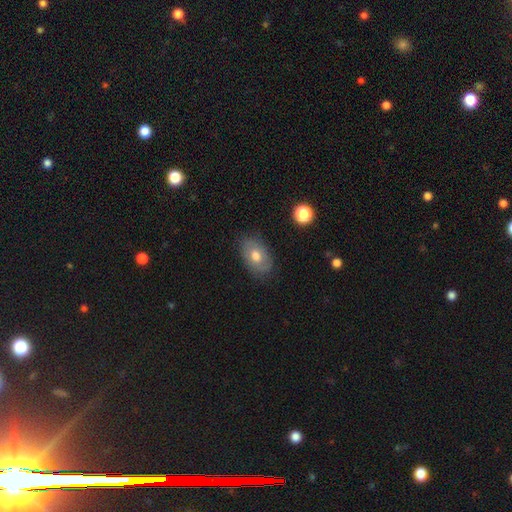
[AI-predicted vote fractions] Q: Smooth or featured?
A: smooth (65%); runner-up: featured or disk (26%)
Q: How rounded?
A: in between (85%); runner-up: round (13%)
Q: Merging?
A: none (78%); runner-up: minor disturbance (17%)